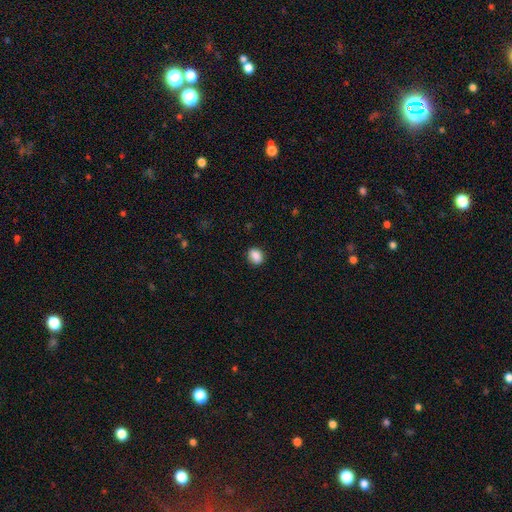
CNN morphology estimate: Smooth or featured? smooth (88%)
How rounded? in between (51%)
Merging? none (88%)